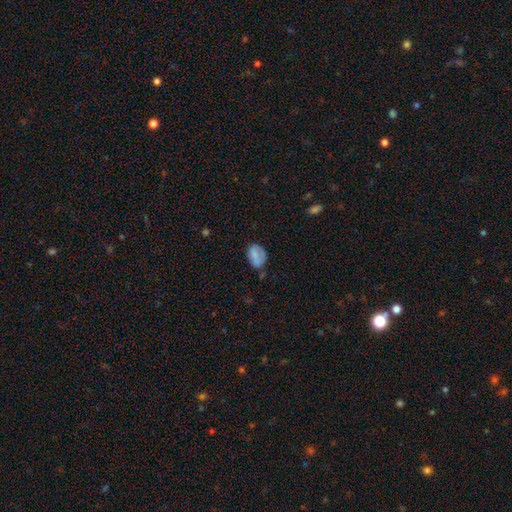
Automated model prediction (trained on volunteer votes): A smooth galaxy with no disk features (75%) that is in between round and cigar-shaped (79%). Merging: none (55%).